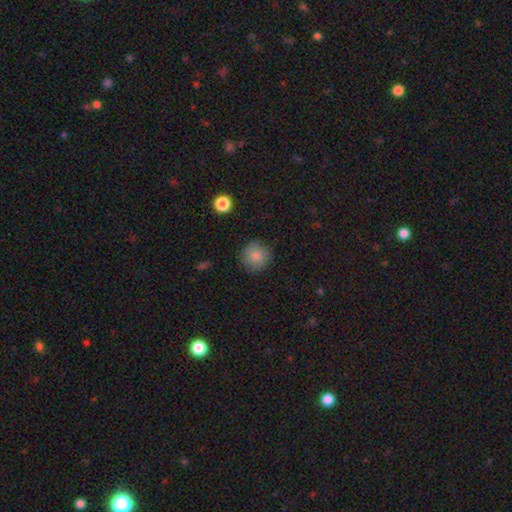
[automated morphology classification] smooth 85%, star or artifact 9%, featured or disk 6%. Down the decision tree: how rounded — round (93%); merging — none (86%).